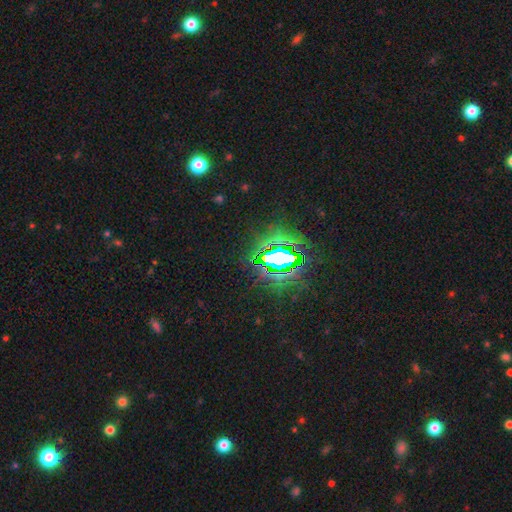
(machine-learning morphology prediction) Smooth or featured? star or artifact (84%)